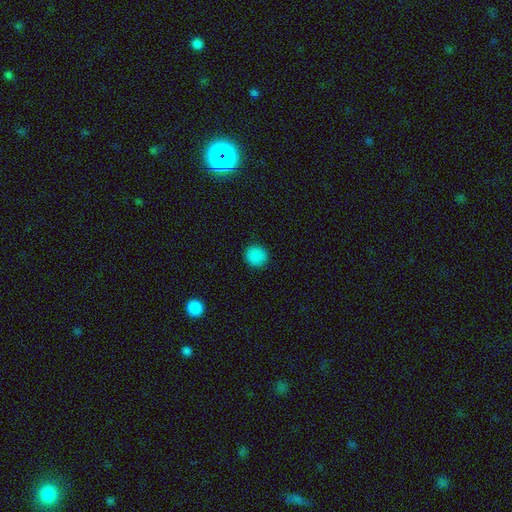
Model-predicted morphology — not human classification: A smooth galaxy with no disk features (86%) that is round (91%).

Vote fractions:
- Smooth or featured? smooth: 86% / star or artifact: 11% / featured or disk: 3%
- How rounded? round: 91% / in between: 8% / cigar-shaped: 1%
- Merging? none: 91% / minor disturbance: 6% / major disturbance: 2% / merger: 1%